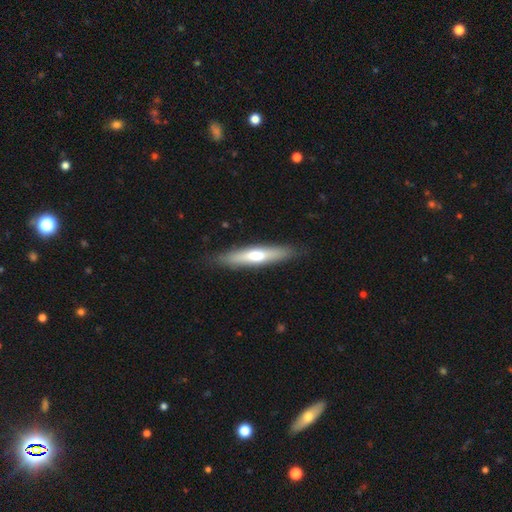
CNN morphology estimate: type=smooth (53%); roundness=cigar-shaped (83%); merging=none (85%).